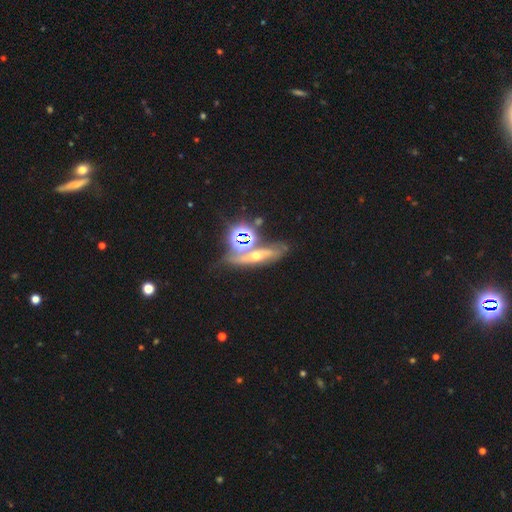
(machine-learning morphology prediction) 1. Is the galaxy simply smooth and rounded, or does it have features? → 38% star or artifact, 35% featured or disk, 27% smooth.